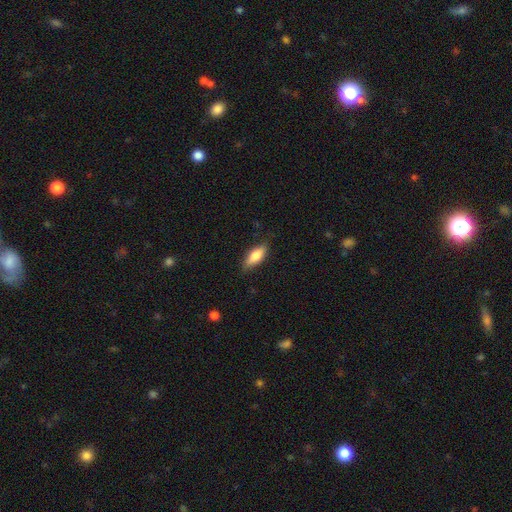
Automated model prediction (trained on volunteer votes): The model was most divided on "how rounded": in between: 71%, cigar-shaped: 26%, round: 2%. More confident: merging — none (83%); smooth or featured — smooth (78%).